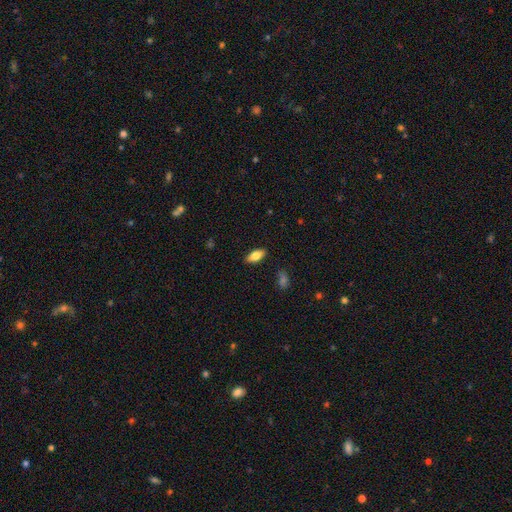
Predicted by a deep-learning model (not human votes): This is likely a smooth galaxy (75%). How rounded: clearly in between (87%). Merging: clearly none (88%).